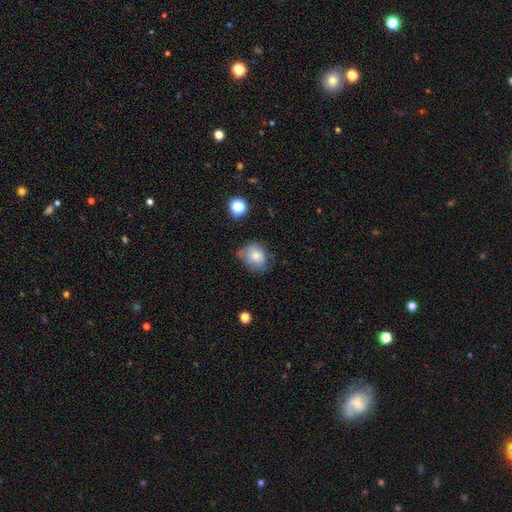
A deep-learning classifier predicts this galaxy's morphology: Smooth or featured? smooth (74%)
How rounded? round (56%)
Merging? none (46%)